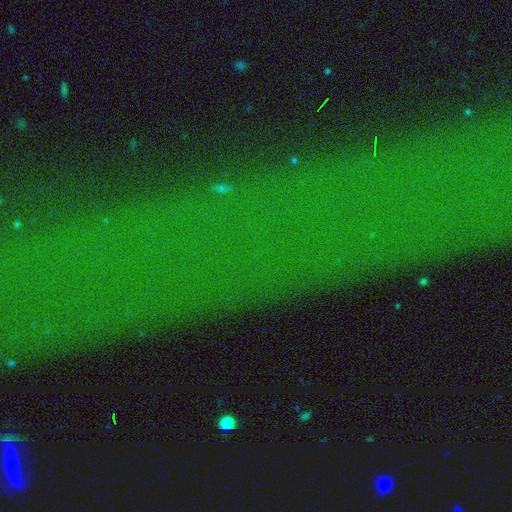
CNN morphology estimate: Smooth or featured?
  - star or artifact: 79% *
  - featured or disk: 11%
  - smooth: 10%